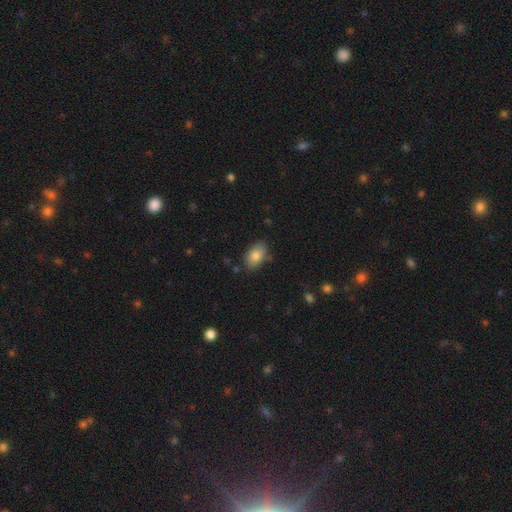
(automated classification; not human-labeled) This is clearly a smooth galaxy (81%). How rounded: clearly in between (89%). Merging: clearly none (81%).